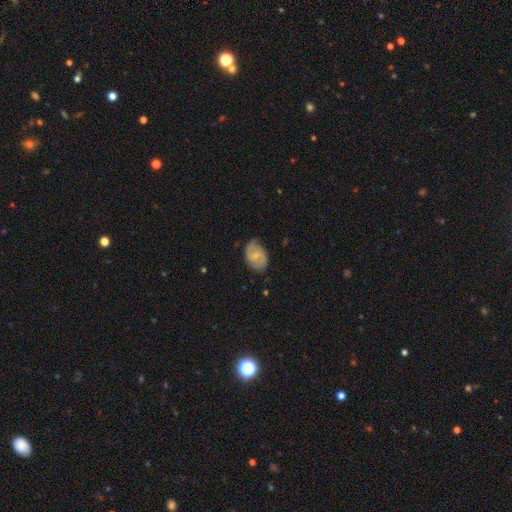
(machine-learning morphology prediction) Smooth or featured? Predicted: featured or disk (p=0.65). Edge-on disk? Predicted: no (p=0.97). Bar? Predicted: weak (p=0.56). Spiral arms? Predicted: yes (p=0.90). Spiral winding? Predicted: medium (p=0.48). Spiral arm count? Predicted: 2 (p=0.87). Bulge size? Predicted: small (p=0.59). Merging? Predicted: none (p=0.75).